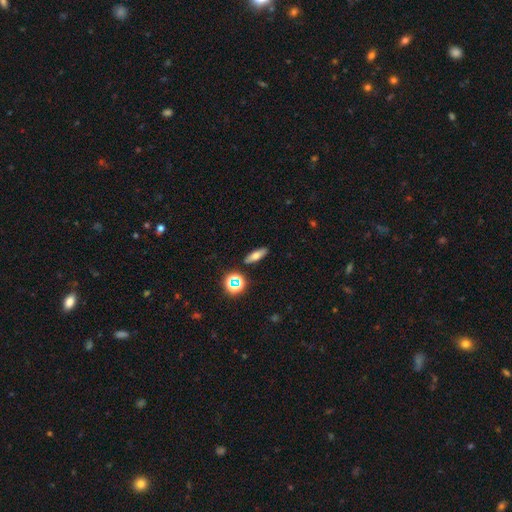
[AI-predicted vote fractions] The model was most divided on "how rounded": in between: 52%, cigar-shaped: 41%, round: 7%. More confident: merging — none (88%); smooth or featured — smooth (64%).